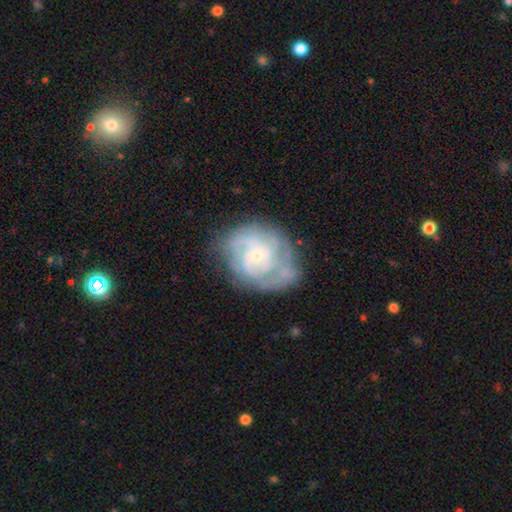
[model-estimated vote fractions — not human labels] This is likely a featured or disk galaxy (80%). It is clearly not viewed edge-on (98%). Bar: likely no (71%). Spiral arm pattern: clearly yes (90%). Spiral arm count: marginally can't tell (36%). Spiral winding: likely tight (61%). Central bulge: likely small (78%). Merging: likely none (63%).